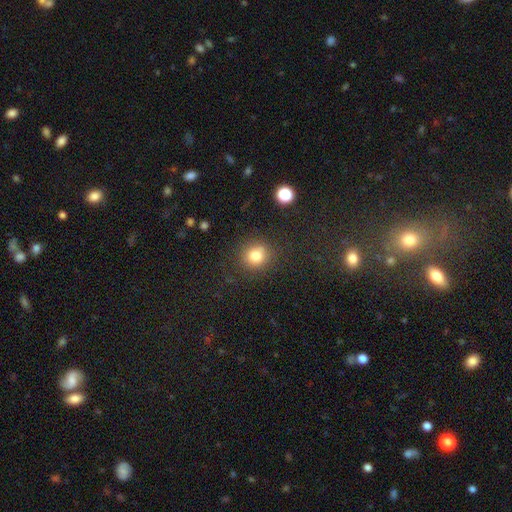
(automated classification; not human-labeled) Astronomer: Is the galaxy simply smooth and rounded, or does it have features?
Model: smooth — 80%.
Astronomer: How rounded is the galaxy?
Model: round — 86%.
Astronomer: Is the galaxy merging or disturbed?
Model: none — 81%.